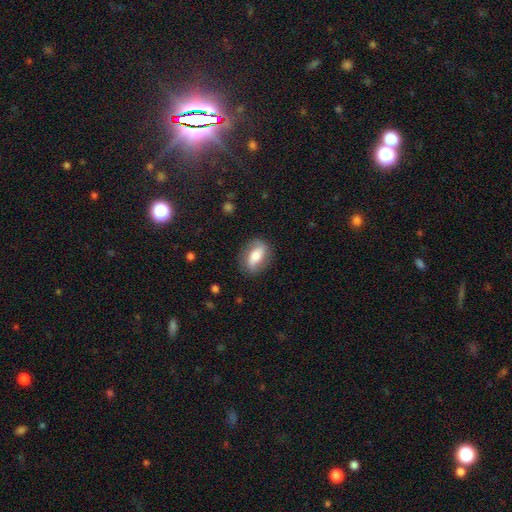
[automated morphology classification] This appears to be a smooth galaxy with no disk features (49%). Merging: none (81%).